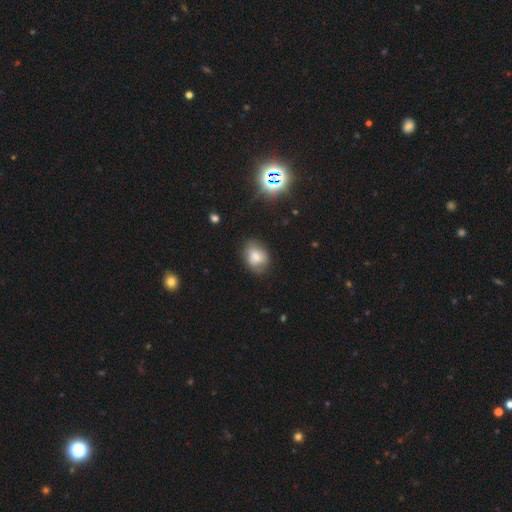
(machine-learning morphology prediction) Smooth or featured? Predicted: smooth (p=0.74). How rounded? Predicted: in between (p=0.66). Merging? Predicted: none (p=0.74).